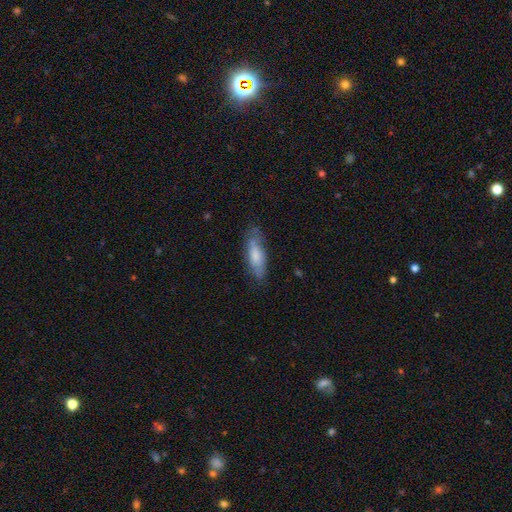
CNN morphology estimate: This appears to be a smooth galaxy with no disk features (70%) that is in between round and cigar-shaped (56%). Merging: none (65%).